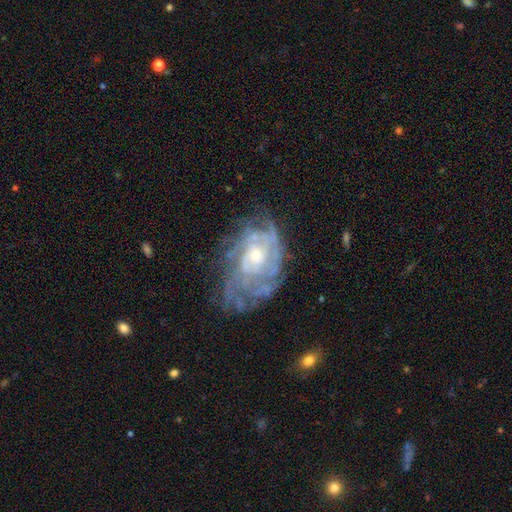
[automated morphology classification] This is clearly a featured or disk galaxy (83%). It is clearly not viewed edge-on (96%). Bar: likely no (75%). Spiral arm pattern: clearly yes (88%). Spiral arm count: possibly can't tell (53%). Spiral winding: likely tight (67%). Central bulge: possibly small (54%). Merging: possibly none (56%).